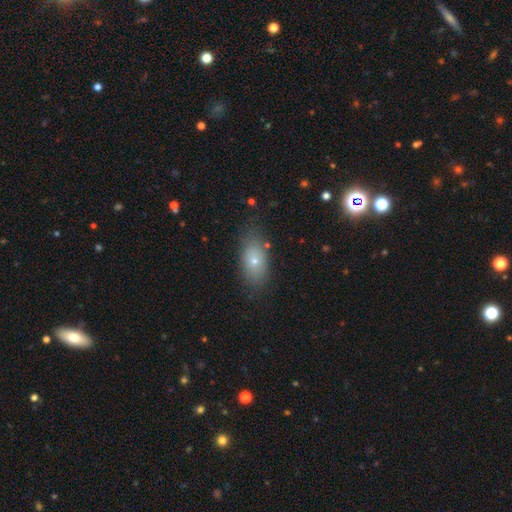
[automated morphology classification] Smooth or featured? smooth (67%)
How rounded? in between (82%)
Merging? none (79%)